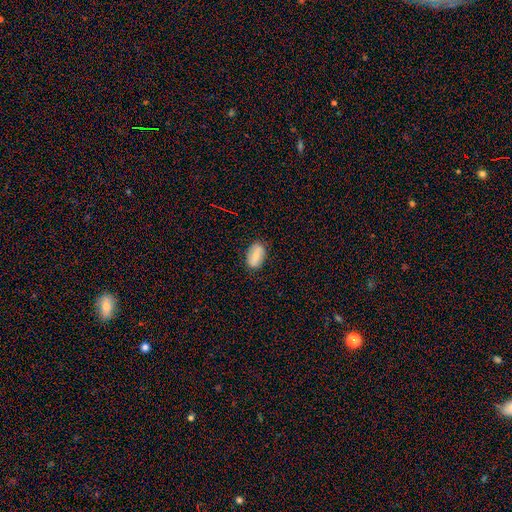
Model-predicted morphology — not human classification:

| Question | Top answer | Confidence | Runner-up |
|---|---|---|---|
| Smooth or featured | smooth | 60% | featured or disk (32%) |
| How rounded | in between | 89% | round (8%) |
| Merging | none | 82% | minor disturbance (14%) |